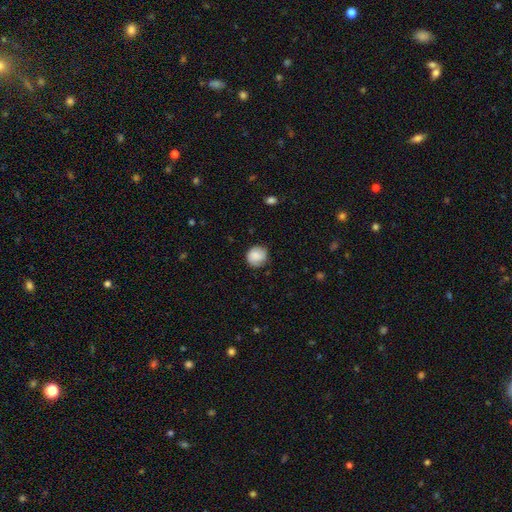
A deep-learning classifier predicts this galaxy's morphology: Smooth or featured: smooth — 83% (featured or disk — 10%)
How rounded: round — 88% (in between — 11%)
Merging: none — 78% (minor disturbance — 17%)